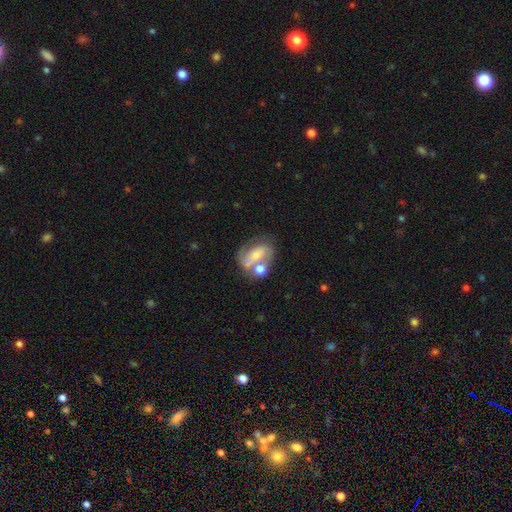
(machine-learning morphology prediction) Overall: featured or disk (58%; smooth 33%). Edge-on disk: no (95%). Bar: no (41%; weak 30%). Spiral arms: yes (65%; no 35%). Bulge size: small (46%; moderate 38%). Merging: merger (37%; none 34%).